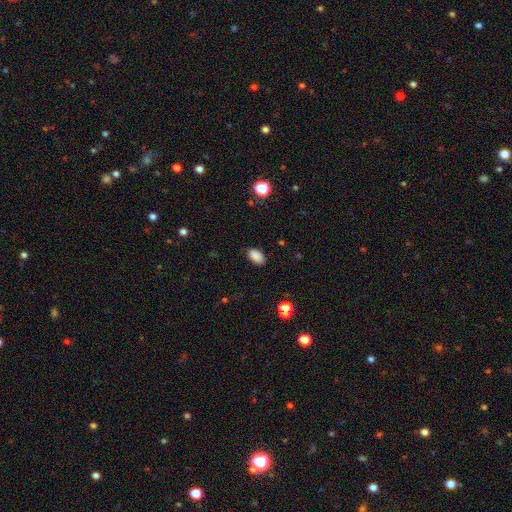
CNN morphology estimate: smooth_or_featured: smooth (p=0.87) [alt: star or artifact p=0.10]
how_rounded: in between (p=0.92) [alt: round p=0.06]
merging: none (p=0.85) [alt: minor disturbance p=0.11]